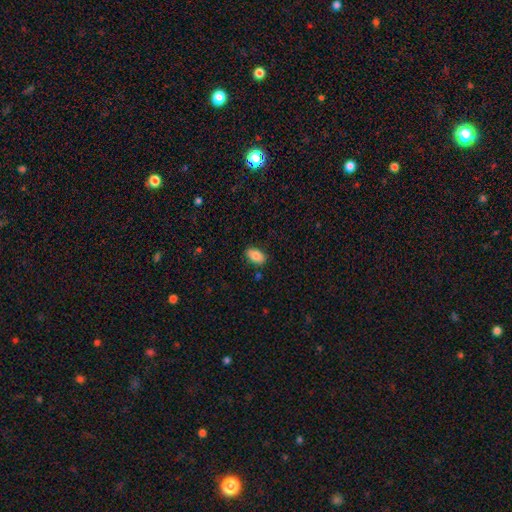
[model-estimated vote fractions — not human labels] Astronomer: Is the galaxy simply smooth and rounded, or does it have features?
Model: smooth — 84%.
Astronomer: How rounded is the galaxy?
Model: in between — 92%.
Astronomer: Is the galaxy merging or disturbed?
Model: none — 84%.